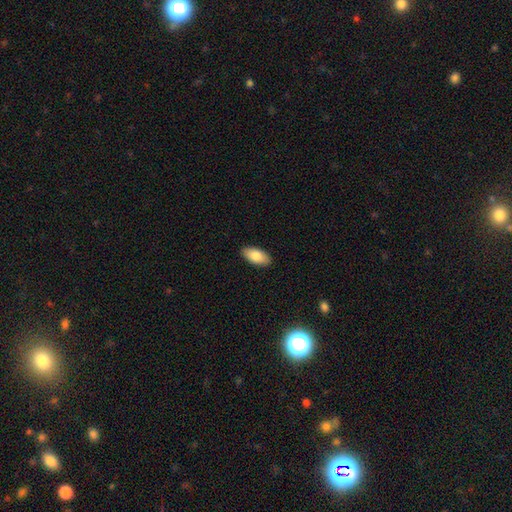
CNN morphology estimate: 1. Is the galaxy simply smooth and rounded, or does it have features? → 85% smooth, 9% featured or disk, 6% star or artifact.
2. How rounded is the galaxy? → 93% in between, 5% cigar-shaped, 2% round.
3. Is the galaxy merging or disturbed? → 89% none, 8% minor disturbance, 2% major disturbance, 1% merger.